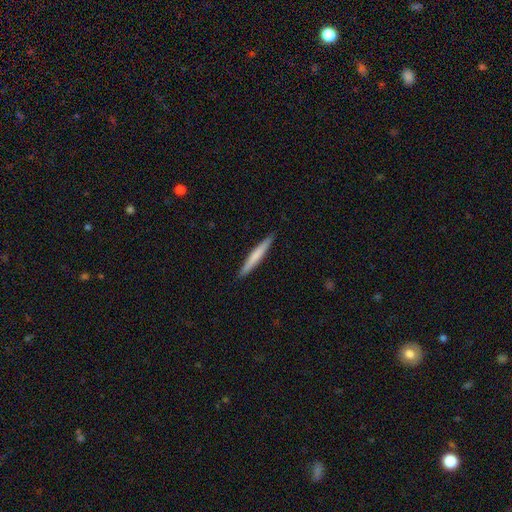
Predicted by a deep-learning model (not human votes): A smooth galaxy with no disk features (65%) that is cigar-shaped (96%). Merging: none (92%).